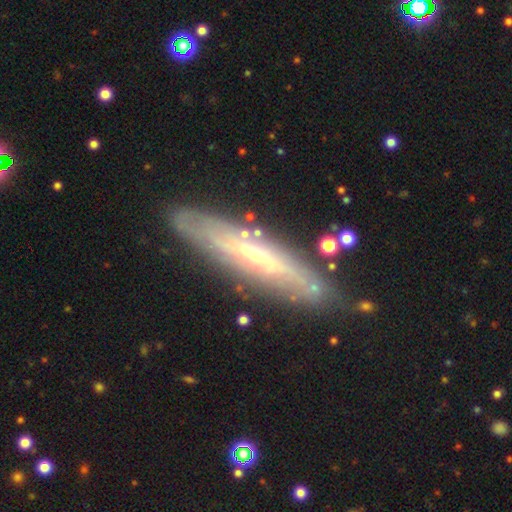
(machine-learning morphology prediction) Smooth or featured? featured or disk (70%)
Edge-on disk? yes (63%)
Merging? none (82%)